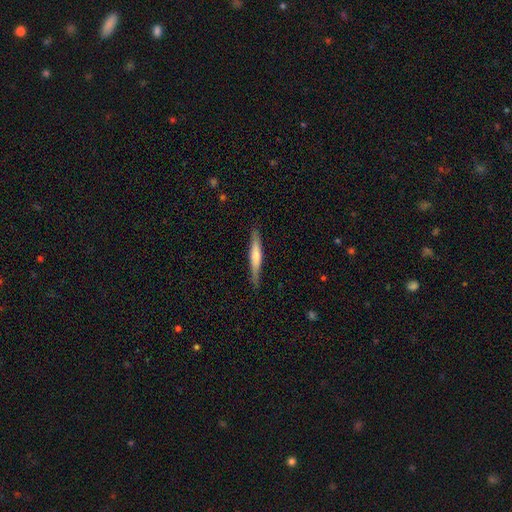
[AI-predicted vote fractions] smooth 55%, featured or disk 40%, star or artifact 5%. Down the decision tree: how rounded — cigar-shaped (93%); merging — none (87%).